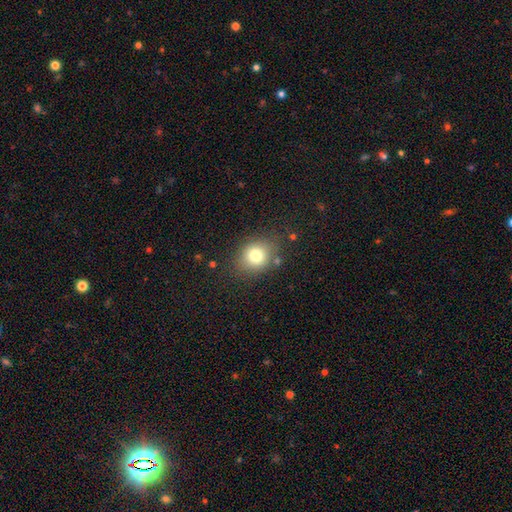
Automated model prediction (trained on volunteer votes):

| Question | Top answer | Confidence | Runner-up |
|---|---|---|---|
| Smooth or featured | smooth | 78% | star or artifact (12%) |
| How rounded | round | 63% | in between (36%) |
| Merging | none | 78% | minor disturbance (14%) |